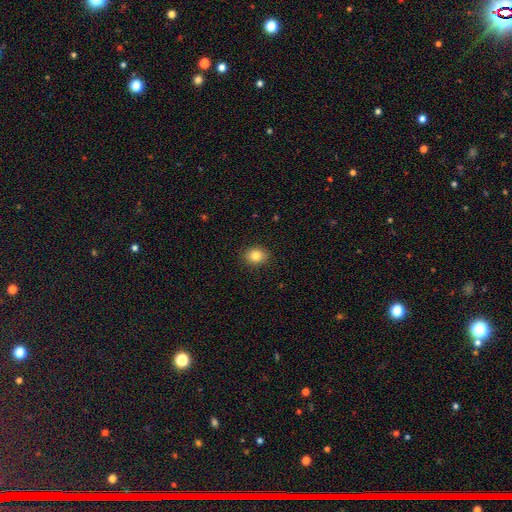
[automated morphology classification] type=smooth (83%); roundness=round (51%); merging=none (90%).